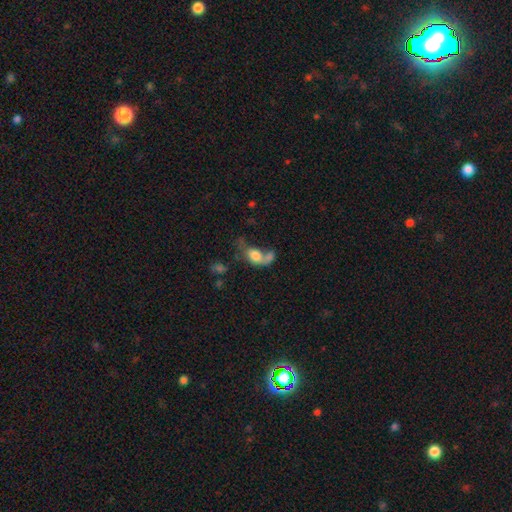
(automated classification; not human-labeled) Morphology: type=smooth (68%); roundness=in between (74%); merging=merger (48%).